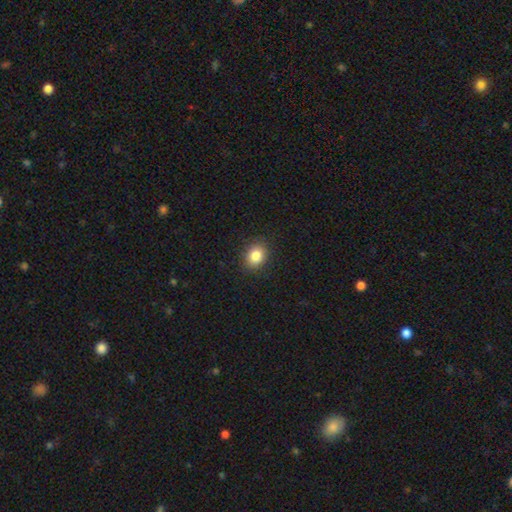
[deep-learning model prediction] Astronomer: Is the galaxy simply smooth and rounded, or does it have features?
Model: smooth — 85%.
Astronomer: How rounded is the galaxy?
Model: in between — 50% (runner-up: round, 49%).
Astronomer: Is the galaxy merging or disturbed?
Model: none — 88%.